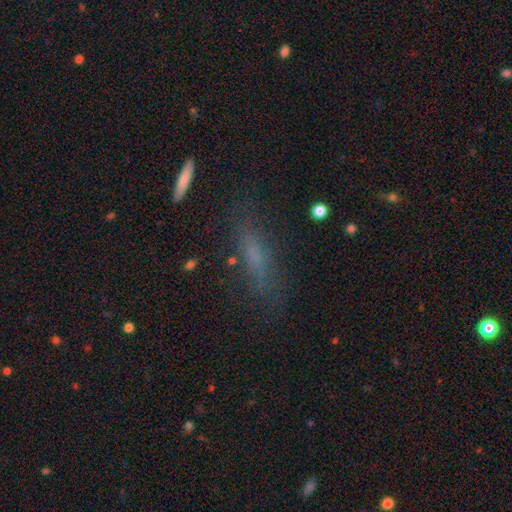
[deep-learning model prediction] The model was most divided on "smooth or featured": smooth: 56%, featured or disk: 26%, star or artifact: 18%. More confident: merging — none (74%); how rounded — cigar-shaped (66%).